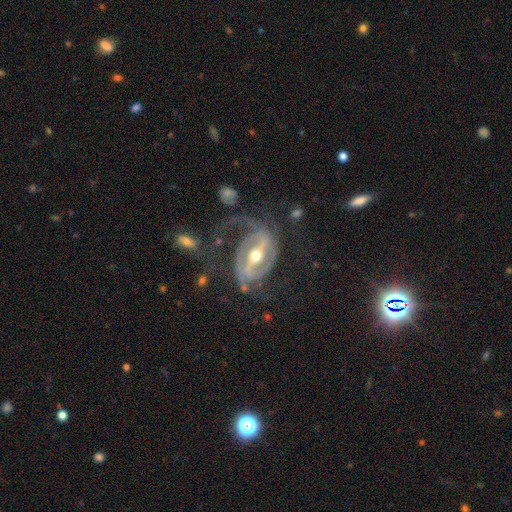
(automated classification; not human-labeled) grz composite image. It shows a featured or disk galaxy (90%) with a strong bar (67%), 2 (80%) medium (47%) spiral arms (94%) and a moderate central bulge (70%). Merging: none (48%).